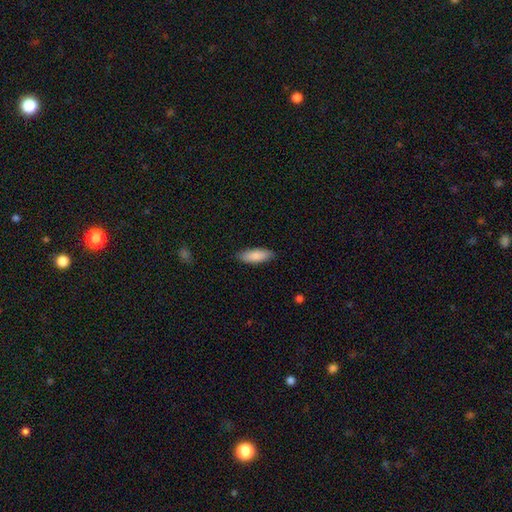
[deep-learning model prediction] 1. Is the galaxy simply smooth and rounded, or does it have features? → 86% smooth, 8% featured or disk, 6% star or artifact.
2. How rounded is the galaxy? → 65% in between, 34% cigar-shaped, 2% round.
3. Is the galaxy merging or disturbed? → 87% none, 10% minor disturbance, 2% major disturbance, 1% merger.